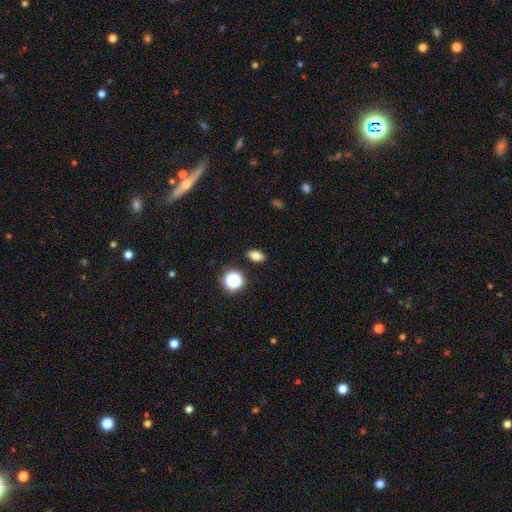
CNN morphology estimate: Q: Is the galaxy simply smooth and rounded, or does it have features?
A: smooth — 79%.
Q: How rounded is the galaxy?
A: in between — 83%.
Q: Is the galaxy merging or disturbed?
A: none — 89%.